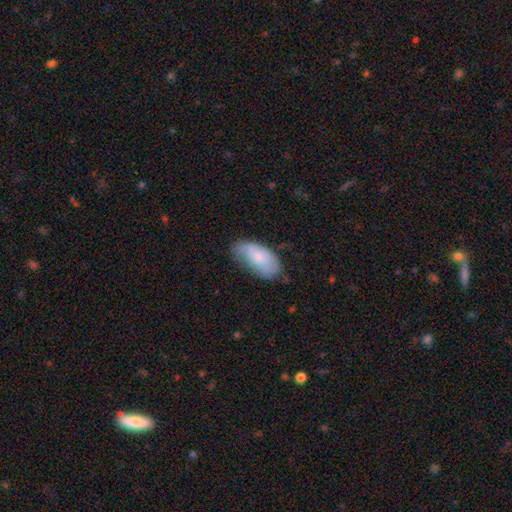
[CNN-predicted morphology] smooth_or_featured: smooth (p=0.66) [alt: featured or disk p=0.26]
how_rounded: in between (p=0.93) [alt: cigar-shaped p=0.04]
merging: none (p=0.57) [alt: minor disturbance p=0.33]